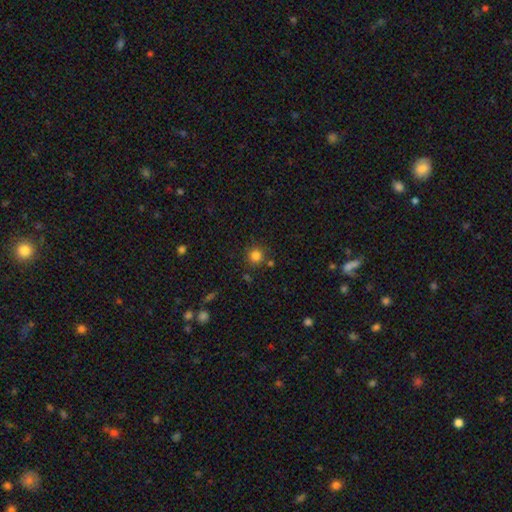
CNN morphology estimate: The model was most divided on "smooth or featured": smooth: 82%, star or artifact: 13%, featured or disk: 5%. More confident: how rounded — round (93%); merging — none (82%).